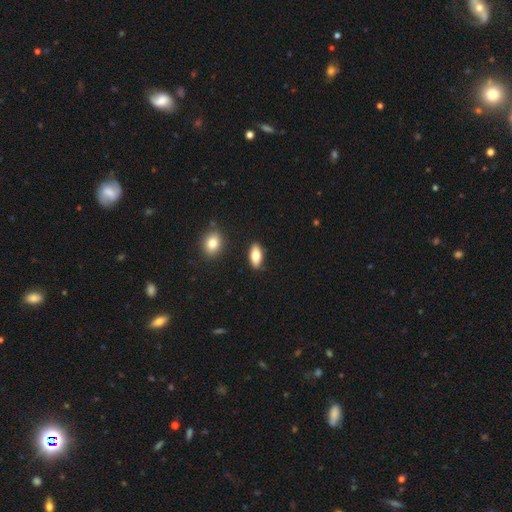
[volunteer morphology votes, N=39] A smooth galaxy with no disk features (87%) that is in between round and cigar-shaped (85%). Merging: none (79%).